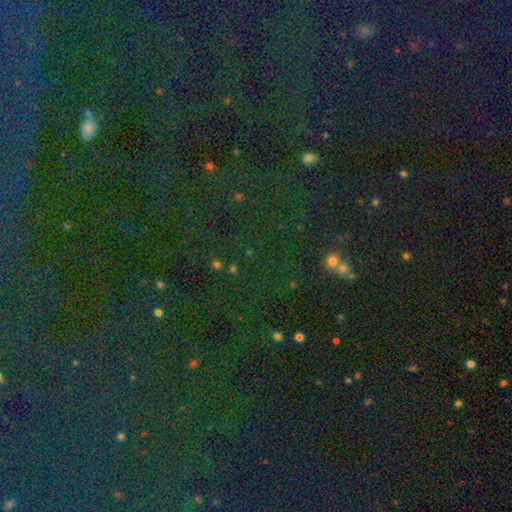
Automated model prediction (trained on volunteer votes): smooth_or_featured: star or artifact (p=0.80) [alt: smooth p=0.13]